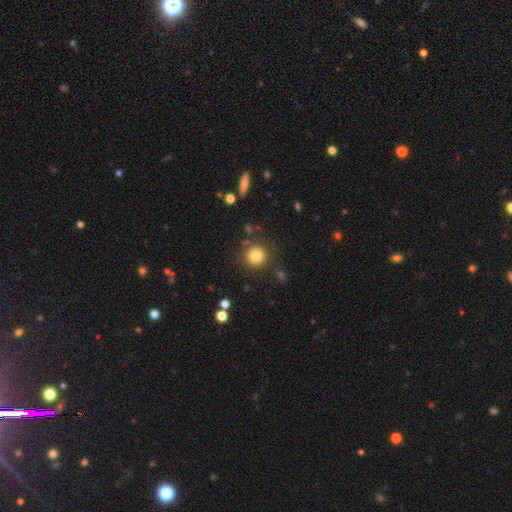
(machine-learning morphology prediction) Smooth or featured: smooth — 82% (star or artifact — 11%)
How rounded: round — 93% (in between — 6%)
Merging: none — 84% (minor disturbance — 9%)